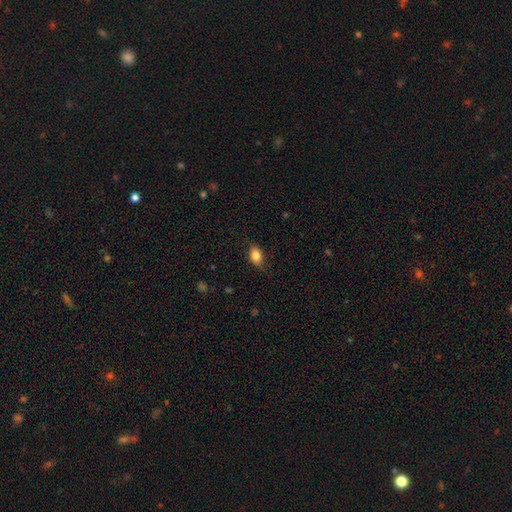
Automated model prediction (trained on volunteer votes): Smooth or featured: smooth — 83% (featured or disk — 9%)
How rounded: in between — 83% (round — 15%)
Merging: none — 79% (minor disturbance — 16%)